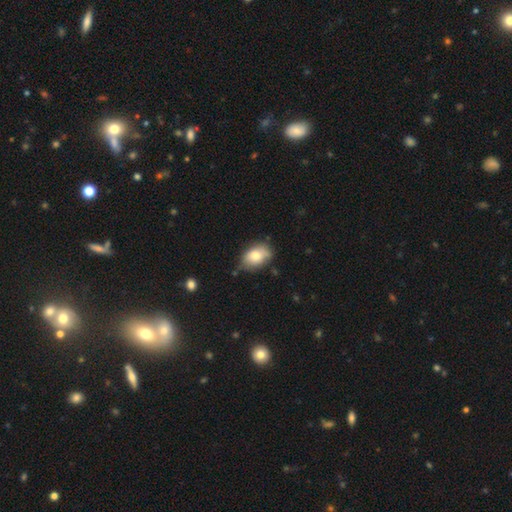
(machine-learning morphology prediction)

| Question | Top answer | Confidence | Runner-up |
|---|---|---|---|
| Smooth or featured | smooth | 78% | featured or disk (15%) |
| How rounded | in between | 84% | round (15%) |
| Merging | none | 66% | minor disturbance (26%) |